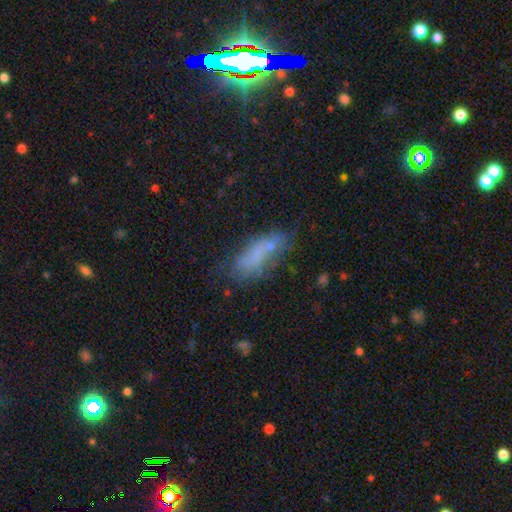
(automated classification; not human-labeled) Morphology: type=smooth (62%); roundness=in between (70%); merging=none (44%).